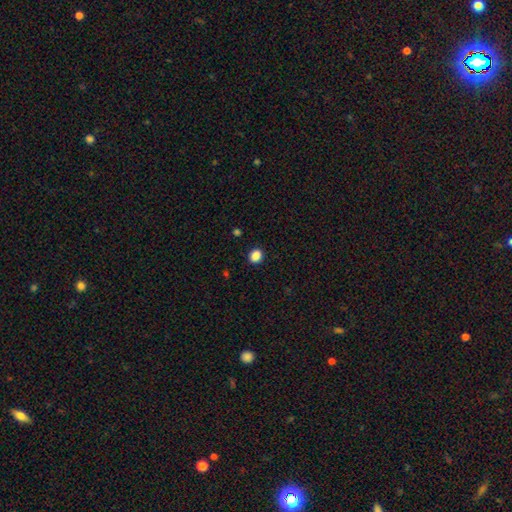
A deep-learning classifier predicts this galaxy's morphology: type=smooth (87%); roundness=round (62%); merging=none (91%).